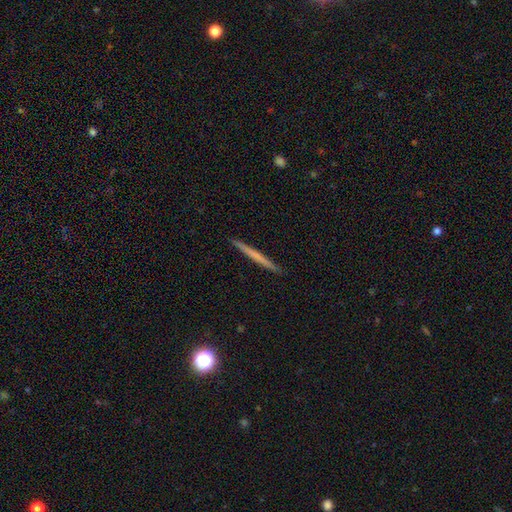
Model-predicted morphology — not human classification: Smooth or featured: smooth — 52% (featured or disk — 42%)
How rounded: cigar-shaped — 97% (in between — 2%)
Merging: none — 93% (minor disturbance — 5%)